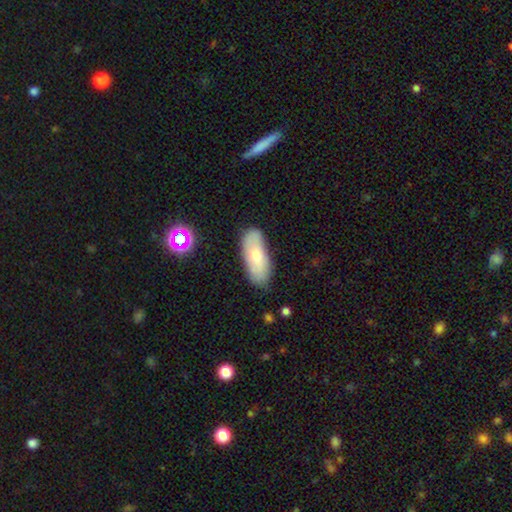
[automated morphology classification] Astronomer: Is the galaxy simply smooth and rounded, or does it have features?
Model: smooth — 69%.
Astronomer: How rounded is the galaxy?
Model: in between — 79%.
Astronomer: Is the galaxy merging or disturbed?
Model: none — 79%.